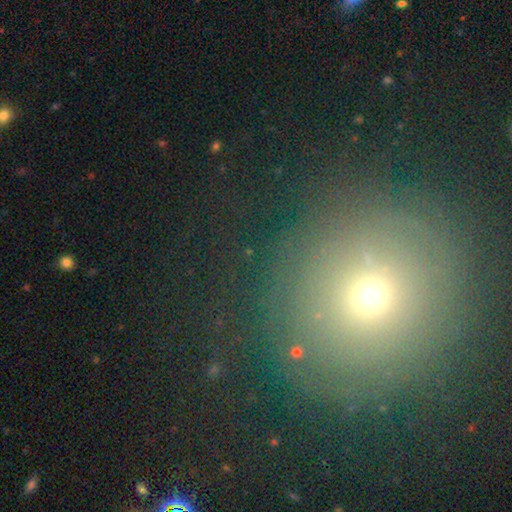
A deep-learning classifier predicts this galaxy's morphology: Overall: smooth (58%; star or artifact 24%). How rounded: round (92%). Merging: none (78%).